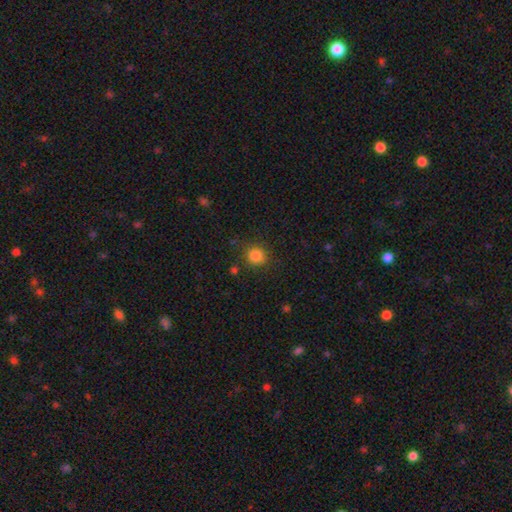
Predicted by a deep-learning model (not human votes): smooth-or-featured: smooth: 83% | star or artifact: 12% | featured or disk: 5%
  how-rounded: round: 88% | in between: 11% | cigar-shaped: 1%
  merging: none: 84% | minor disturbance: 10% | major disturbance: 3% | merger: 3%